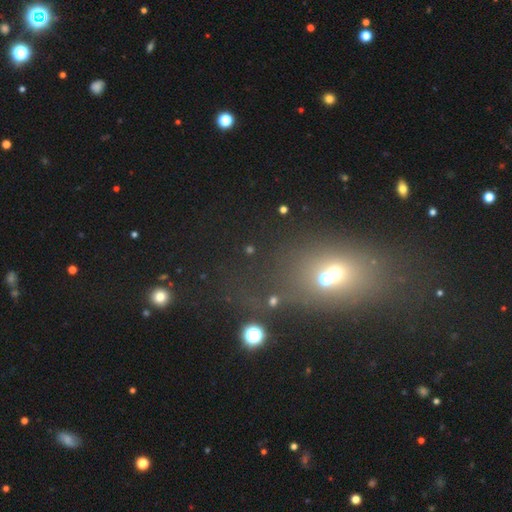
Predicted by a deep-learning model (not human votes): smooth_or_featured: smooth (p=0.46) [alt: star or artifact p=0.41]
merging: none (p=0.72) [alt: minor disturbance p=0.13]